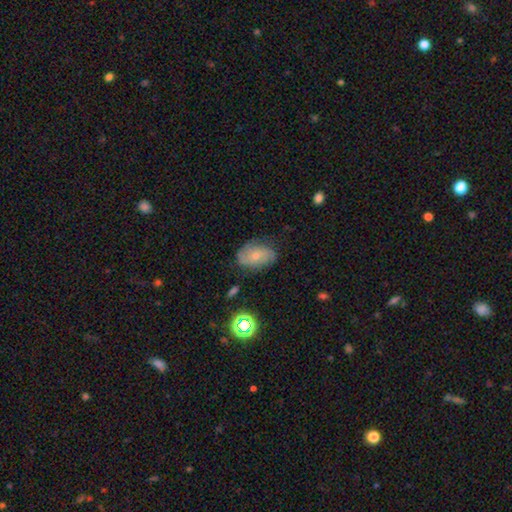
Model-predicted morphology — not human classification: Overall: featured or disk (51%; smooth 39%). Edge-on disk: no (96%). Merging: none (73%).